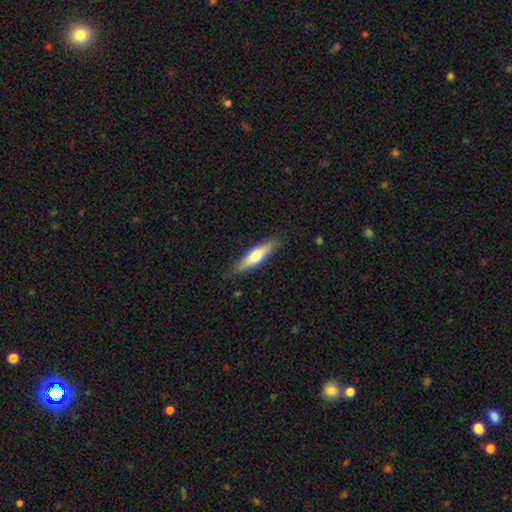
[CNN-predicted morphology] Smooth or featured: smooth — 57% (featured or disk — 38%)
How rounded: cigar-shaped — 77% (in between — 21%)
Merging: none — 86% (minor disturbance — 11%)